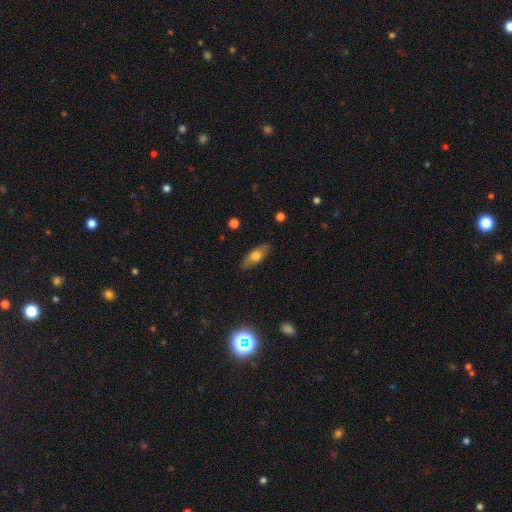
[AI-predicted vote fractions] smooth_or_featured: smooth (p=0.59) [alt: featured or disk p=0.34]
how_rounded: in between (p=0.71) [alt: cigar-shaped p=0.25]
merging: none (p=0.86) [alt: minor disturbance p=0.11]